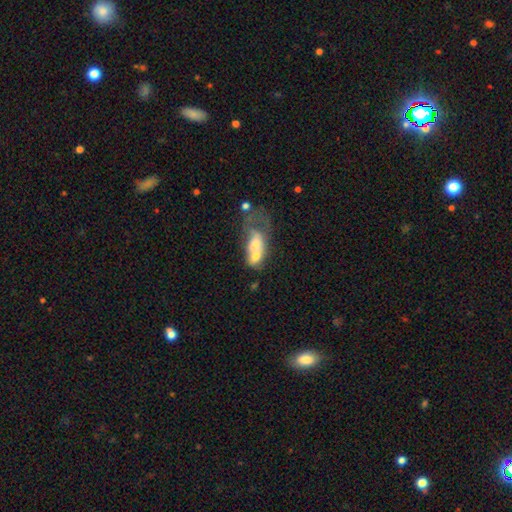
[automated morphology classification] Smooth or featured? smooth (53%)
How rounded? in between (78%)
Merging? merger (65%)